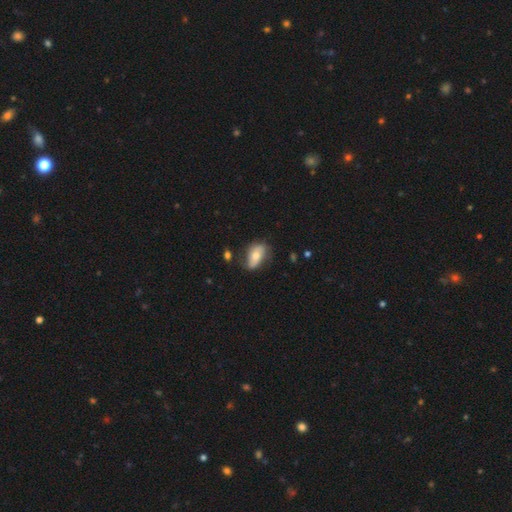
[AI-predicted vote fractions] Smooth or featured? Predicted: smooth (p=0.56). How rounded? Predicted: in between (p=0.88). Merging? Predicted: none (p=0.61).